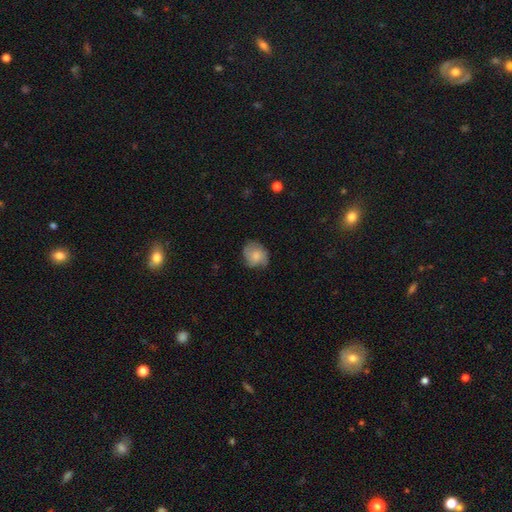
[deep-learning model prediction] This is likely a smooth galaxy (67%). How rounded: likely round (70%). Merging: likely none (64%).